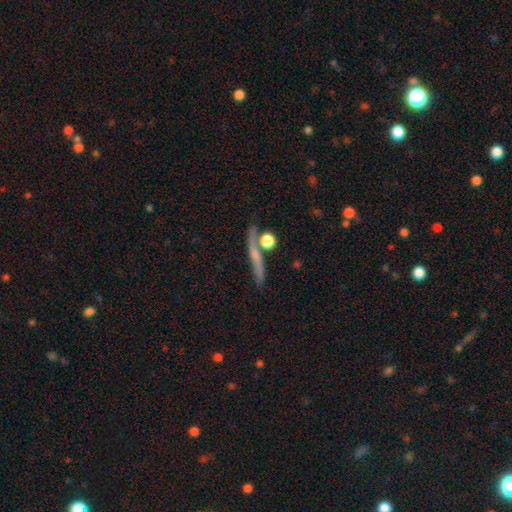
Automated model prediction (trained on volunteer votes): A featured or disk galaxy (48%). Merging: none (64%).